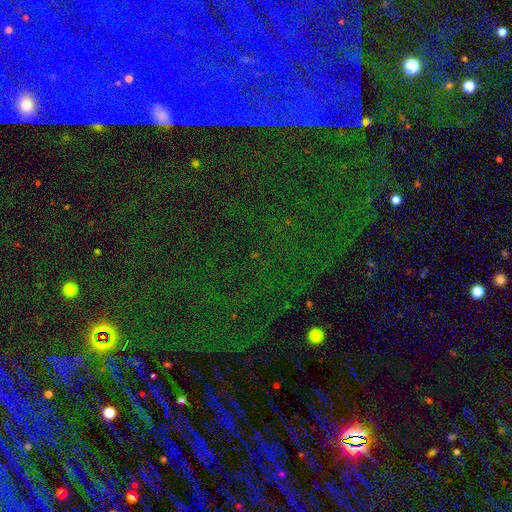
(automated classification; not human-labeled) Smooth or featured: star or artifact — 79% (featured or disk — 11%)